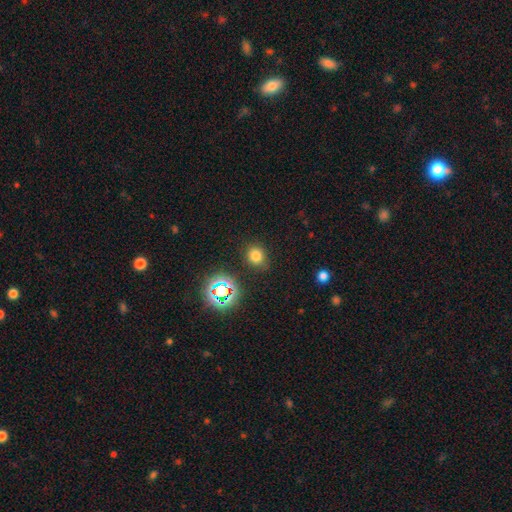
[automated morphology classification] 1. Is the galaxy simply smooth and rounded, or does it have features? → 74% smooth, 19% star or artifact, 7% featured or disk.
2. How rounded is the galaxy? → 67% round, 32% in between, 1% cigar-shaped.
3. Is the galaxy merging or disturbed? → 83% none, 11% minor disturbance, 4% major disturbance, 2% merger.